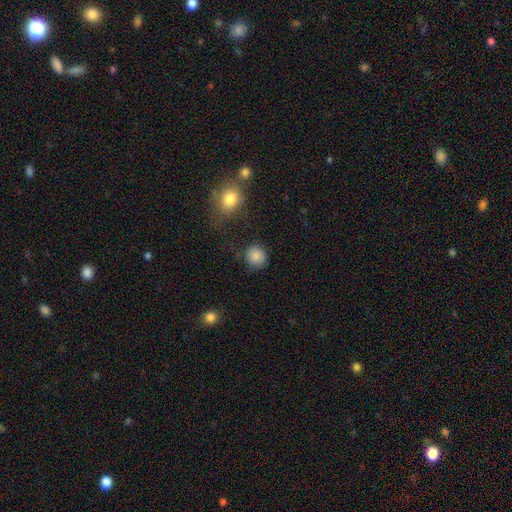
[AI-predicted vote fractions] This appears to be a smooth galaxy with no disk features (84%) that is round (89%). Merging: none (84%).